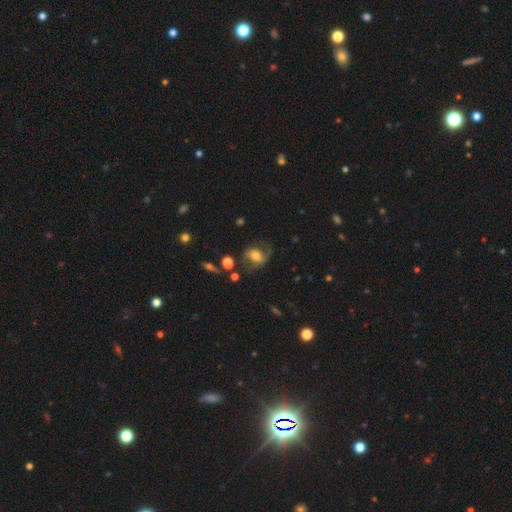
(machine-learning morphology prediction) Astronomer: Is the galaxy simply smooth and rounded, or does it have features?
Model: featured or disk — 62%.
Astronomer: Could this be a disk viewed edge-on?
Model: no — 95%.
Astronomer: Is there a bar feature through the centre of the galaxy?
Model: weak — 39% (runner-up: no, 36%).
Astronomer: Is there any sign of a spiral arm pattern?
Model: yes — 86%.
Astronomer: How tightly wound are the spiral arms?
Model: loose — 44% (runner-up: medium, 43%).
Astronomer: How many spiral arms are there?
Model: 2 — 84%.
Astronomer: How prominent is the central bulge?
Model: moderate — 57%.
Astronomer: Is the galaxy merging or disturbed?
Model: none — 61%.